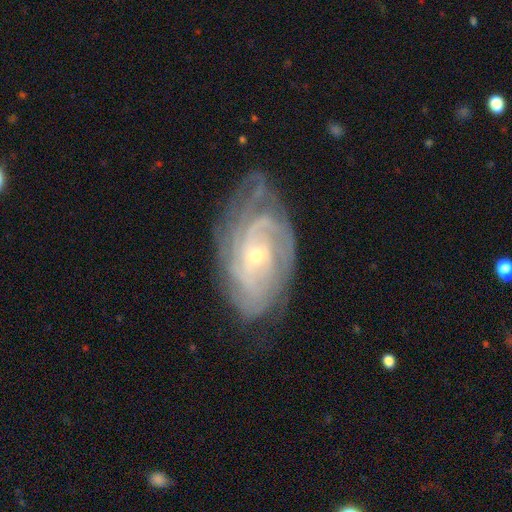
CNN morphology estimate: This appears to be a featured or disk galaxy (86%) with no bar (64%), tight (71%) spiral arms (96%) and a small central bulge (66%). Merging: none (67%).